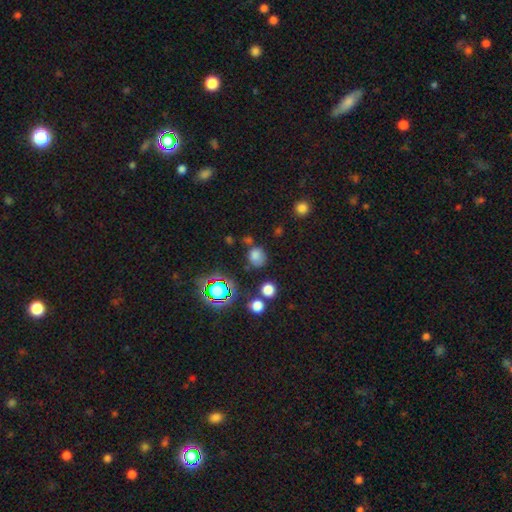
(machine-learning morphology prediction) smooth_or_featured: smooth (p=0.71) [alt: star or artifact p=0.21]
how_rounded: round (p=0.73) [alt: in between p=0.26]
merging: none (p=0.68) [alt: minor disturbance p=0.17]